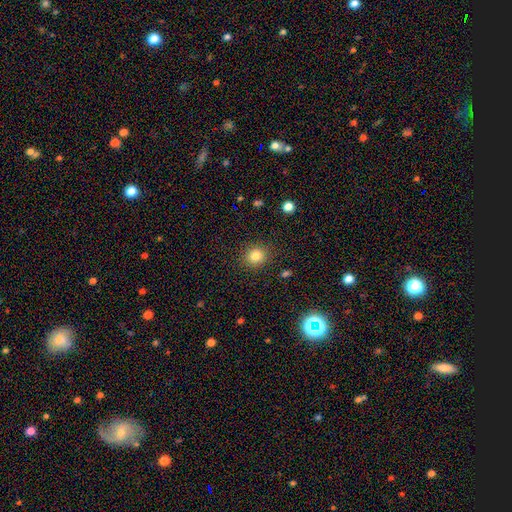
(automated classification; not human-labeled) Smooth or featured? Predicted: smooth (p=0.82). How rounded? Predicted: round (p=0.81). Merging? Predicted: none (p=0.89).